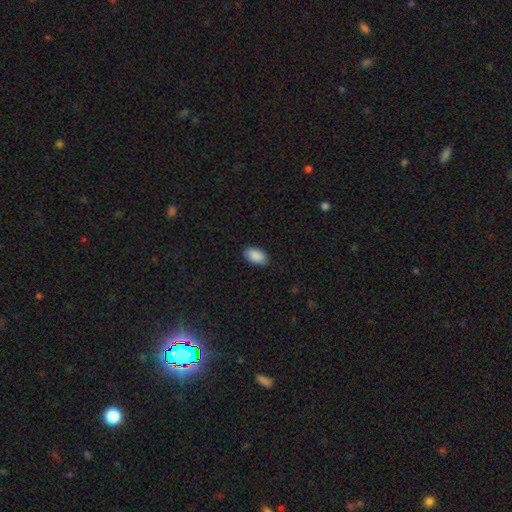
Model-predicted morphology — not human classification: Q: Smooth or featured?
A: smooth (90%); runner-up: star or artifact (6%)
Q: How rounded?
A: in between (94%); runner-up: round (4%)
Q: Merging?
A: none (86%); runner-up: minor disturbance (11%)